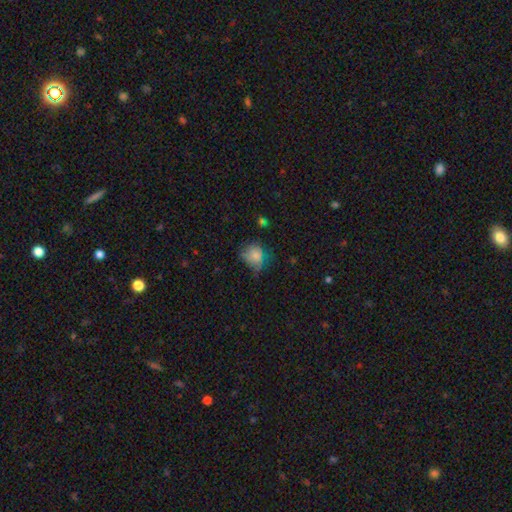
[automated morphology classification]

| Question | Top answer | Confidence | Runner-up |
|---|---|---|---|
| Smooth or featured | smooth | 73% | featured or disk (15%) |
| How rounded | round | 61% | in between (38%) |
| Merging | none | 39% | minor disturbance (36%) |